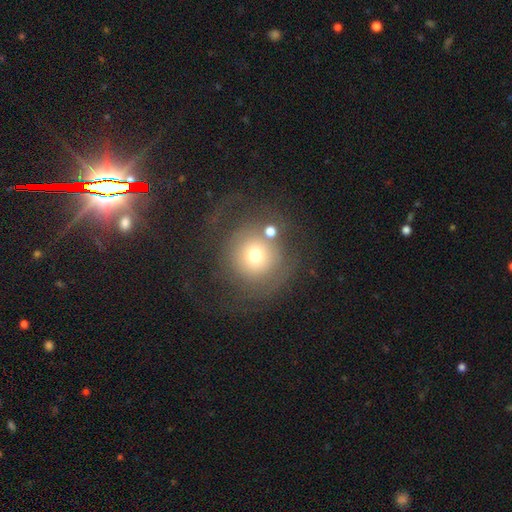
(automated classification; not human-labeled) Q: Smooth or featured?
A: smooth (52%); runner-up: featured or disk (35%)
Q: How rounded?
A: round (92%); runner-up: in between (7%)
Q: Merging?
A: none (50%); runner-up: major disturbance (26%)